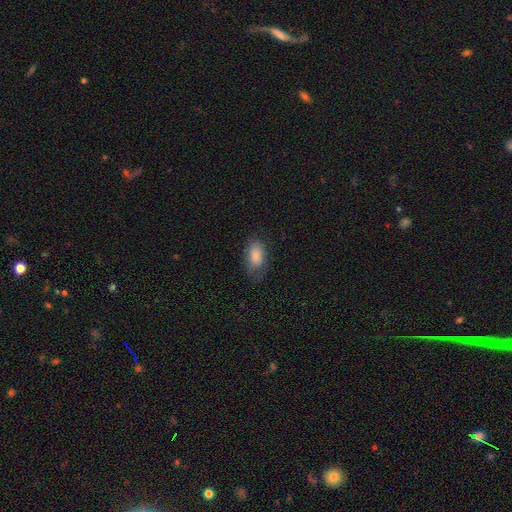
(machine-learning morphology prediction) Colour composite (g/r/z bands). It shows a smooth galaxy with no disk features (83%) that is in between round and cigar-shaped (91%). Merging: none (68%).